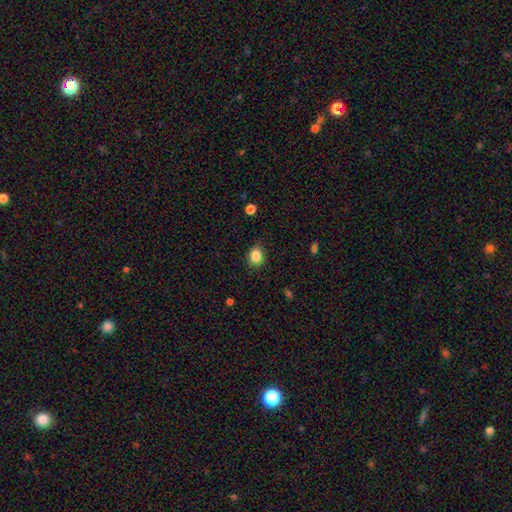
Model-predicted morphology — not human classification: Overall: smooth (85%). How rounded: round (59%; in between 40%). Merging: none (86%).